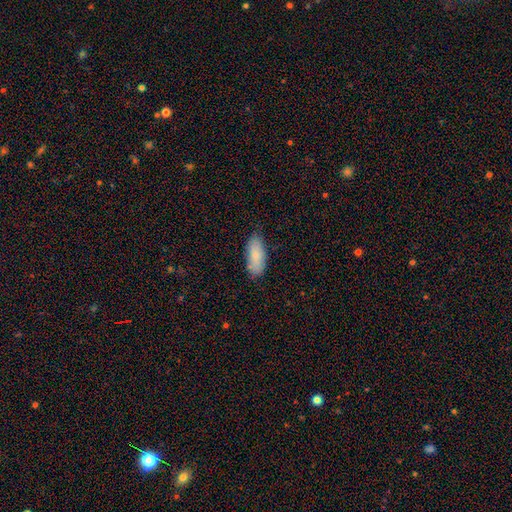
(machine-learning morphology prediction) Smooth or featured: smooth — 82% (featured or disk — 12%)
How rounded: in between — 82% (cigar-shaped — 16%)
Merging: none — 76% (minor disturbance — 19%)